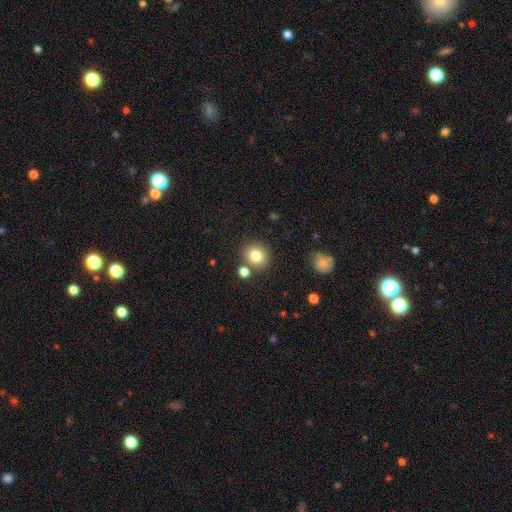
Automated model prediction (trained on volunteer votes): The model was most divided on "merging": none: 78%, merger: 10%, minor disturbance: 9%, major disturbance: 3%. More confident: how rounded — round (84%); smooth or featured — smooth (82%).